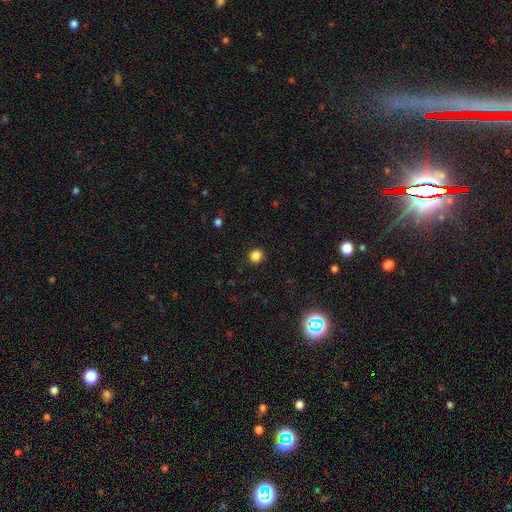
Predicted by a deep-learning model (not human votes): The model was most divided on "smooth or featured": smooth: 84%, star or artifact: 13%, featured or disk: 3%. More confident: merging — none (92%); how rounded — round (91%).